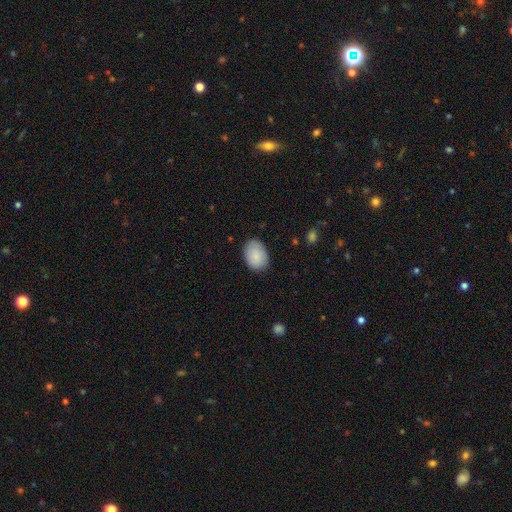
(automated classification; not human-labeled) Q: Smooth or featured?
A: smooth (88%); runner-up: featured or disk (6%)
Q: How rounded?
A: in between (81%); runner-up: round (18%)
Q: Merging?
A: none (83%); runner-up: minor disturbance (14%)